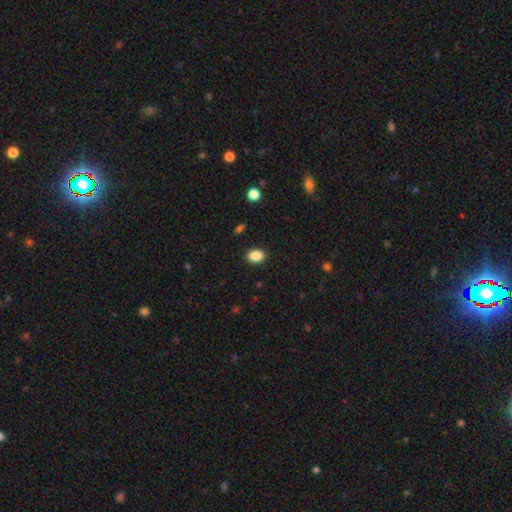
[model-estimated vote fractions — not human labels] smooth 88%, star or artifact 9%, featured or disk 4%. Down the decision tree: how rounded — in between (79%); merging — none (89%).